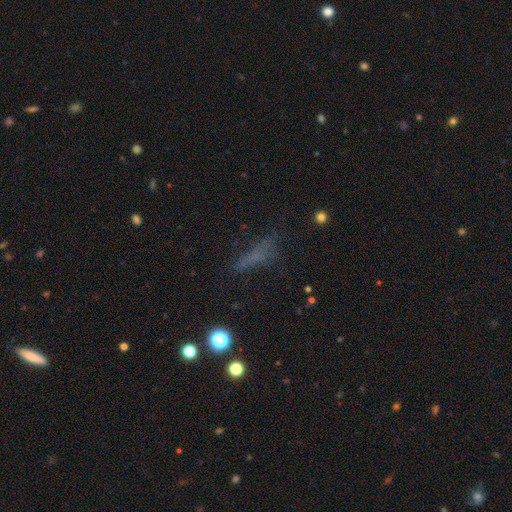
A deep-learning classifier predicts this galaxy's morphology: This is possibly a smooth galaxy (53%). How rounded: likely cigar-shaped (69%). Merging: likely none (61%).